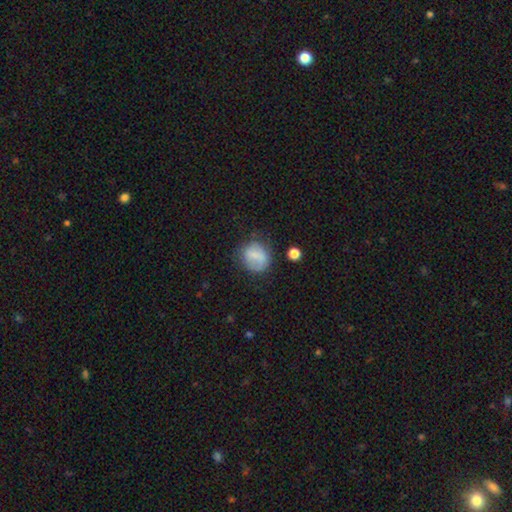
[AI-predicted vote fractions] Morphology: type=smooth (72%); roundness=round (71%); merging=none (60%).